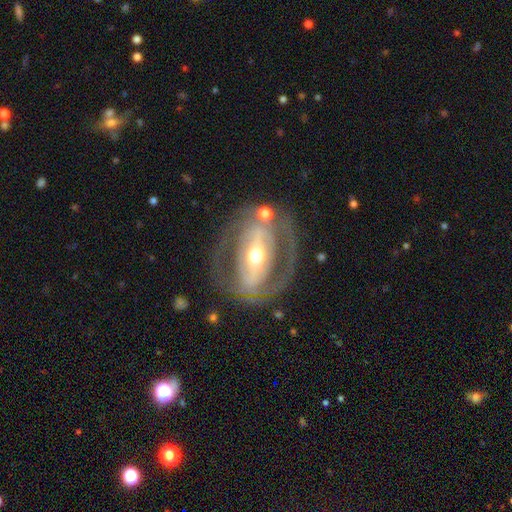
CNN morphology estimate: Q: Smooth or featured?
A: featured or disk (81%); runner-up: smooth (14%)
Q: Edge-on disk?
A: no (91%); runner-up: yes (9%)
Q: Bar?
A: strong (61%); runner-up: weak (22%)
Q: Spiral arms?
A: yes (52%); runner-up: no (48%)
Q: Bulge size?
A: moderate (69%); runner-up: small (19%)
Q: Merging?
A: none (69%); runner-up: minor disturbance (15%)